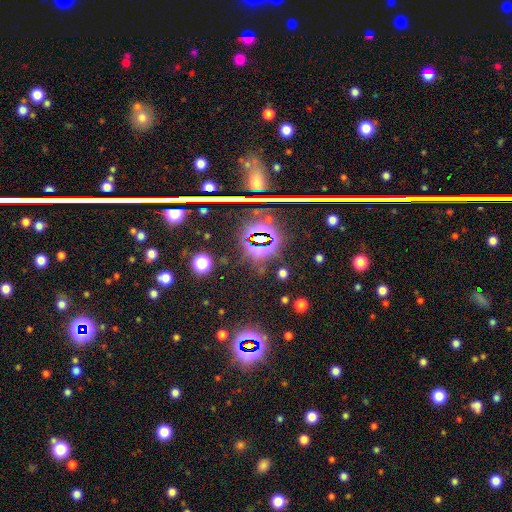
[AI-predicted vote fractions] Smooth or featured: star or artifact — 77% (smooth — 12%)